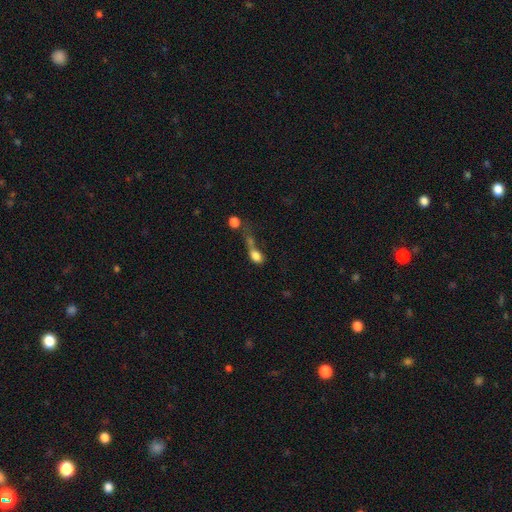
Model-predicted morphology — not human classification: A smooth galaxy with no disk features (75%) that is in between round and cigar-shaped (67%).

Vote fractions:
- Smooth or featured? smooth: 75% / featured or disk: 14% / star or artifact: 11%
- How rounded? in between: 67% / round: 26% / cigar-shaped: 7%
- Merging? merger: 44% / major disturbance: 25% / none: 19% / minor disturbance: 12%